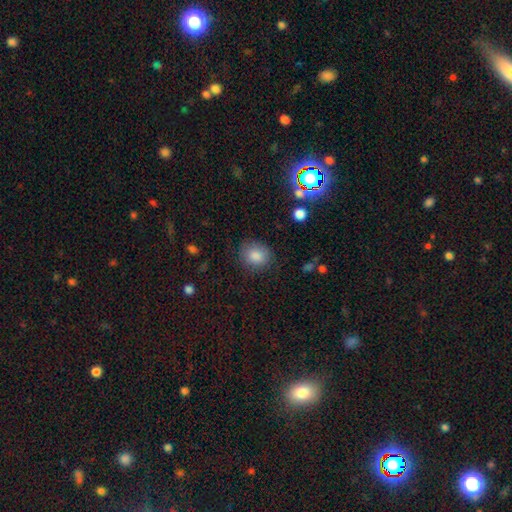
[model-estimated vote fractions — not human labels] smooth 84%, star or artifact 10%, featured or disk 6%. Down the decision tree: how rounded — round (66%); merging — none (80%).